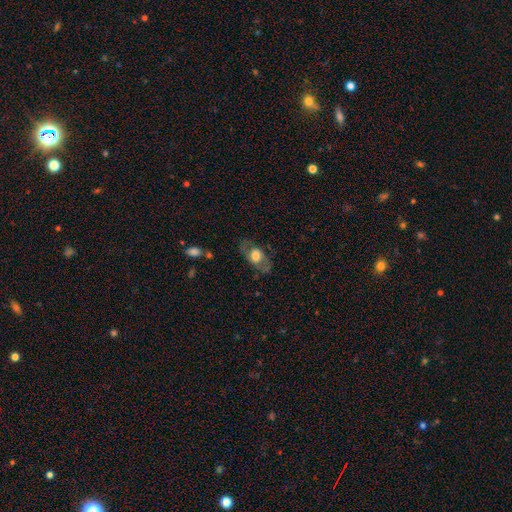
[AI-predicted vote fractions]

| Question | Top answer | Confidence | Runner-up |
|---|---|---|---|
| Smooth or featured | smooth | 50% | featured or disk (43%) |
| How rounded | in between | 78% | round (18%) |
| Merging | none | 70% | minor disturbance (18%) |